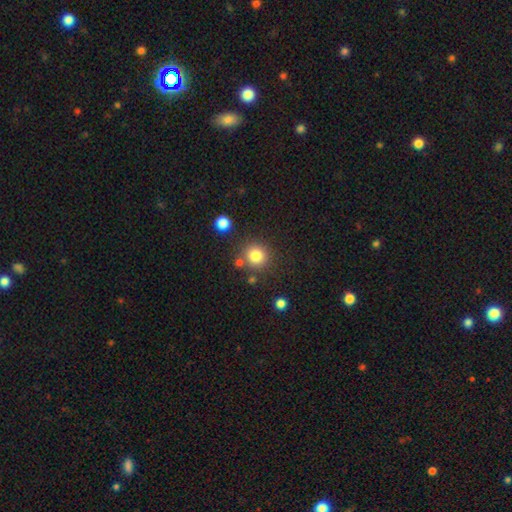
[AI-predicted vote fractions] Morphology: type=smooth (82%); roundness=round (92%); merging=none (80%).